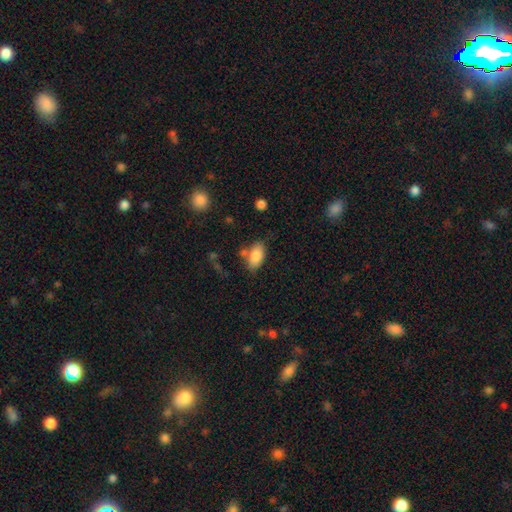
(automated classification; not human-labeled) The model was most divided on "merging": none: 68%, minor disturbance: 18%, merger: 10%, major disturbance: 5%. More confident: how rounded — in between (92%); smooth or featured — smooth (84%).